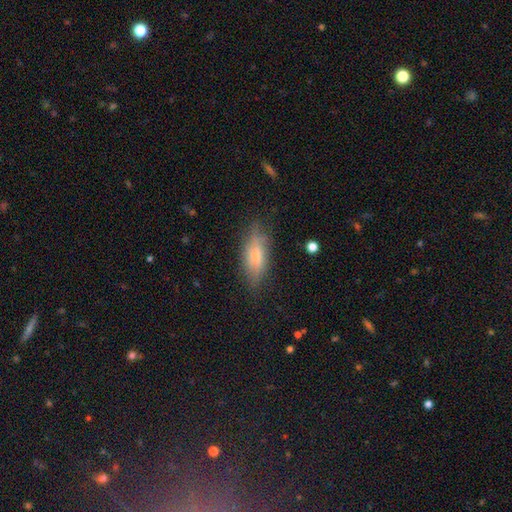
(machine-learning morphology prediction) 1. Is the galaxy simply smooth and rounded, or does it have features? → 63% smooth, 29% featured or disk, 9% star or artifact.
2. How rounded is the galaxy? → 59% in between, 38% cigar-shaped, 3% round.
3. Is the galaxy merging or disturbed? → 71% none, 21% minor disturbance, 6% major disturbance, 2% merger.